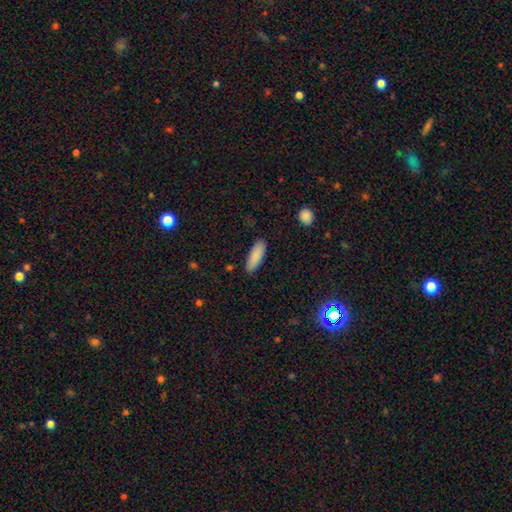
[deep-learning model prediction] A smooth galaxy with no disk features (88%) that is in between round and cigar-shaped (62%). Merging: none (88%).